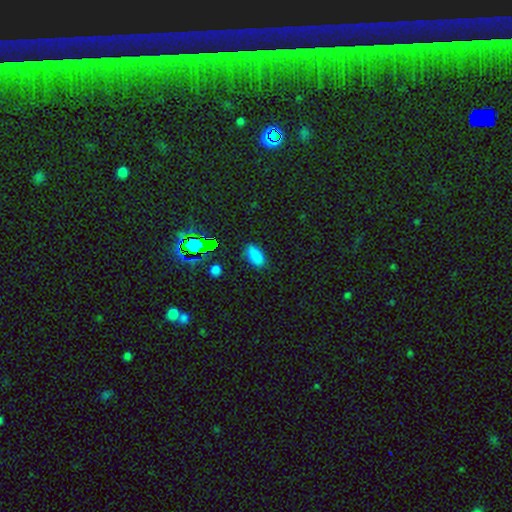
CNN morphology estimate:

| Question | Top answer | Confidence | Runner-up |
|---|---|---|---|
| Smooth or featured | smooth | 79% | star or artifact (17%) |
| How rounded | in between | 90% | cigar-shaped (6%) |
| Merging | none | 85% | minor disturbance (11%) |